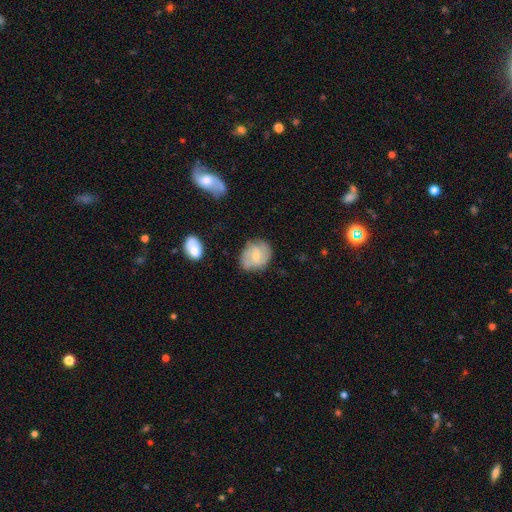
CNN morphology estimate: A featured or disk galaxy (56%) with no bar (52%), spiral arms (85%) and a small central bulge (61%).

Vote fractions:
- Smooth or featured? featured or disk: 56% / smooth: 37% / star or artifact: 7%
- Edge-on disk? no: 97% / yes: 3%
- Bar? no: 52% / weak: 41% / strong: 7%
- Spiral arms? yes: 85% / no: 15%
- Bulge size? small: 61% / moderate: 34% / none: 3% / large: 1% / dominant: 1%
- Merging? none: 71% / minor disturbance: 21% / major disturbance: 5% / merger: 3%